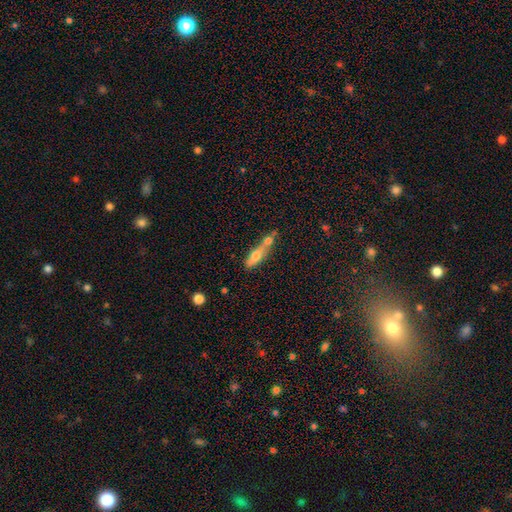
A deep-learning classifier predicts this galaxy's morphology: smooth_or_featured: smooth (p=0.57) [alt: featured or disk p=0.35]
how_rounded: cigar-shaped (p=0.57) [alt: in between p=0.38]
merging: merger (p=0.55) [alt: none p=0.28]